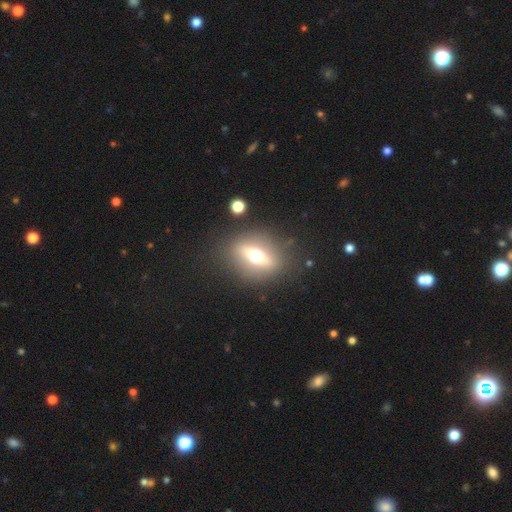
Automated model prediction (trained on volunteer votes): A featured or disk galaxy (50%) viewed edge-on (57%).

Vote fractions:
- Smooth or featured? featured or disk: 50% / smooth: 38% / star or artifact: 12%
- Edge-on disk? yes: 57% / no: 43%
- Merging? none: 82% / minor disturbance: 10% / major disturbance: 6% / merger: 2%